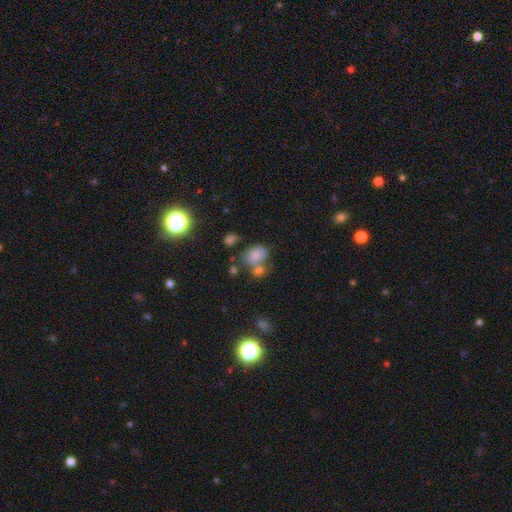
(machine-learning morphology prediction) Smooth or featured? smooth (71%)
How rounded? in between (59%)
Merging? merger (40%)